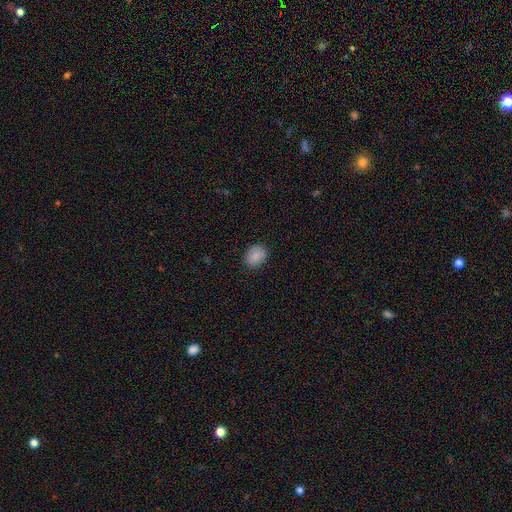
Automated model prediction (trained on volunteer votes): Smooth or featured: smooth — 88% (star or artifact — 8%)
How rounded: in between — 51% (round — 48%)
Merging: none — 86% (minor disturbance — 11%)